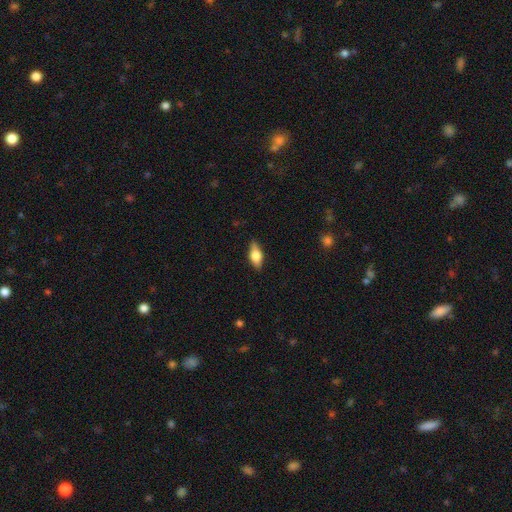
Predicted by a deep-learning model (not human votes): Smooth or featured?
  - smooth: 60% *
  - featured or disk: 33%
  - star or artifact: 7%
How rounded?
  - in between: 79% *
  - cigar-shaped: 16%
  - round: 5%
Merging?
  - none: 85% *
  - minor disturbance: 12%
  - major disturbance: 2%
  - merger: 1%